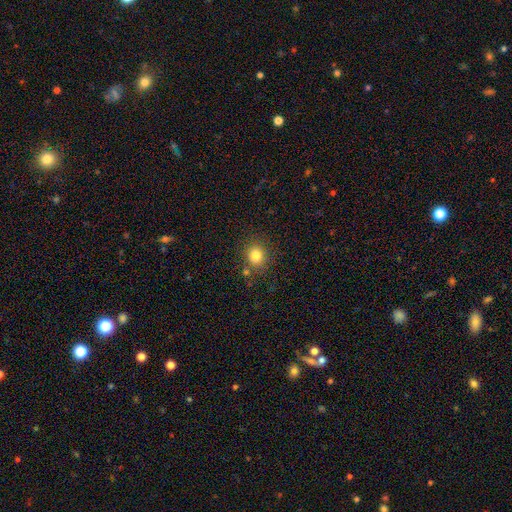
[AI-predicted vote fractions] A smooth galaxy with no disk features (81%) that is round (80%).

Vote fractions:
- Smooth or featured? smooth: 81% / star or artifact: 12% / featured or disk: 7%
- How rounded? round: 80% / in between: 19% / cigar-shaped: 1%
- Merging? none: 81% / minor disturbance: 10% / merger: 6% / major disturbance: 3%